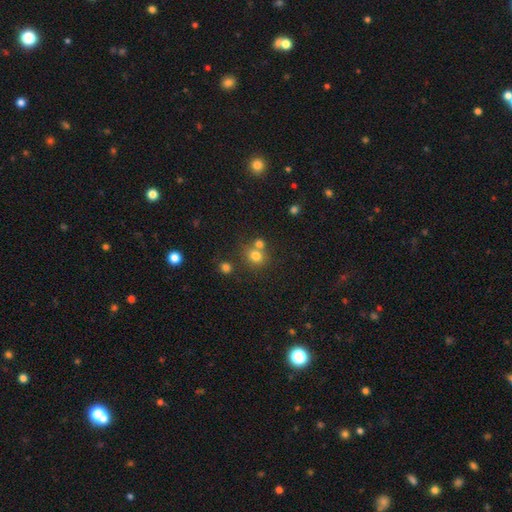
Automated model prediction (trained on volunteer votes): smooth 76%, star or artifact 15%, featured or disk 10%. Down the decision tree: how rounded — round (77%); merging — none (55%).